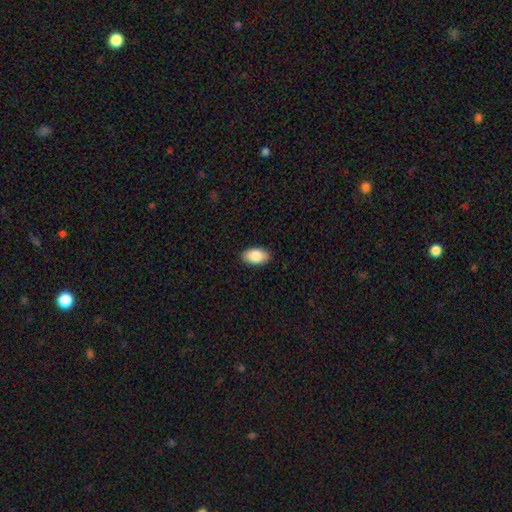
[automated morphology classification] A smooth galaxy with no disk features (87%) that is in between round and cigar-shaped (94%).

Vote fractions:
- Smooth or featured? smooth: 87% / featured or disk: 7% / star or artifact: 6%
- How rounded? in between: 94% / round: 4% / cigar-shaped: 1%
- Merging? none: 90% / minor disturbance: 8% / major disturbance: 2% / merger: 1%